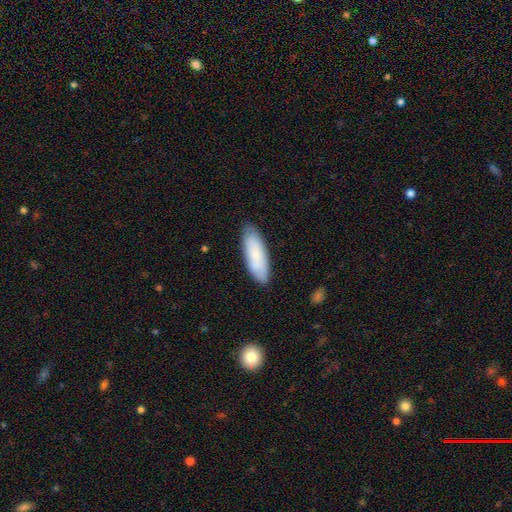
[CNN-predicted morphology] Smooth or featured? Predicted: smooth (p=0.79). How rounded? Predicted: in between (p=0.58). Merging? Predicted: none (p=0.84).